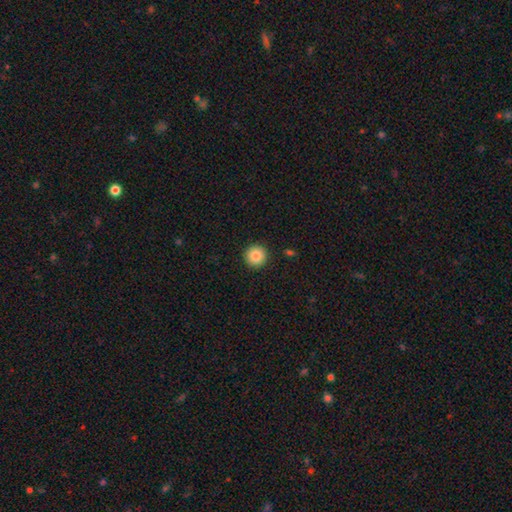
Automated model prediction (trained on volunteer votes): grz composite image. It shows a smooth galaxy with no disk features (85%) that is round (96%). Merging: none (93%).